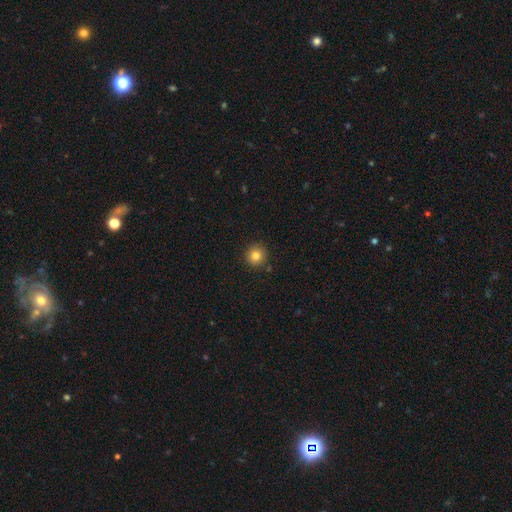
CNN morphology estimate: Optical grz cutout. It shows a smooth galaxy with no disk features (83%) that is round (94%). Merging: none (90%).